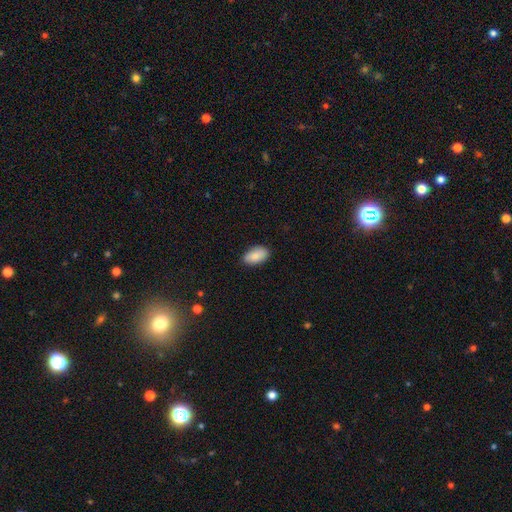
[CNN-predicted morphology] Smooth or featured: smooth — 88% (star or artifact — 6%)
How rounded: in between — 94% (round — 4%)
Merging: none — 86% (minor disturbance — 11%)